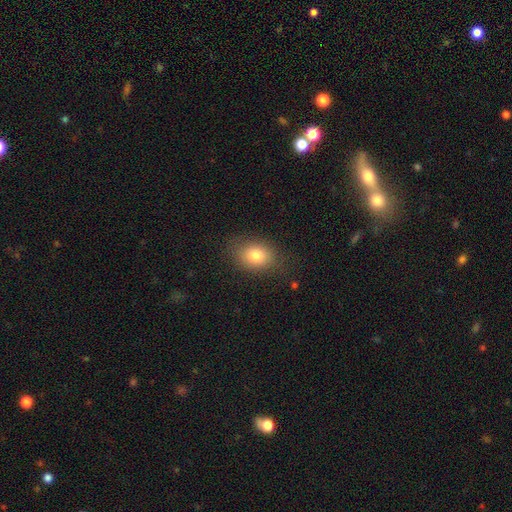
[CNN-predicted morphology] Smooth or featured? smooth (79%)
How rounded? in between (63%)
Merging? none (83%)